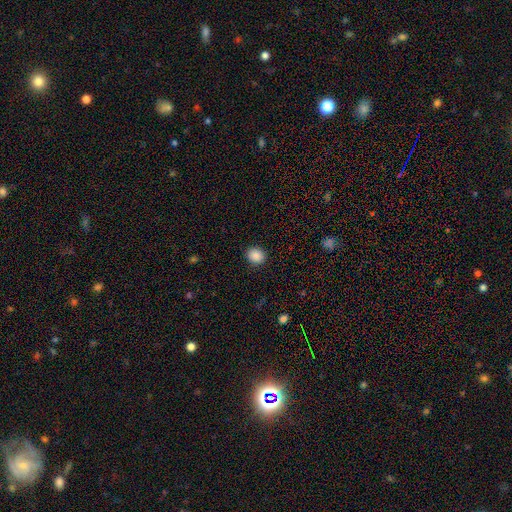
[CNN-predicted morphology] This is clearly a smooth galaxy (87%). How rounded: likely round (73%). Merging: clearly none (91%).